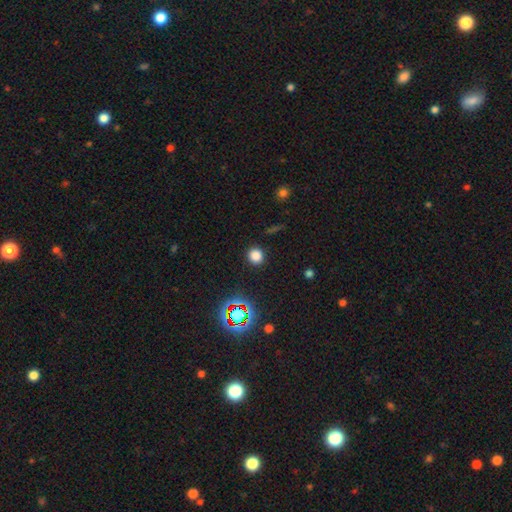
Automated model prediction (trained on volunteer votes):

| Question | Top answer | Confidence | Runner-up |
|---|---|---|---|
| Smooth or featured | smooth | 78% | star or artifact (17%) |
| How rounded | round | 90% | in between (8%) |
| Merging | none | 91% | minor disturbance (6%) |